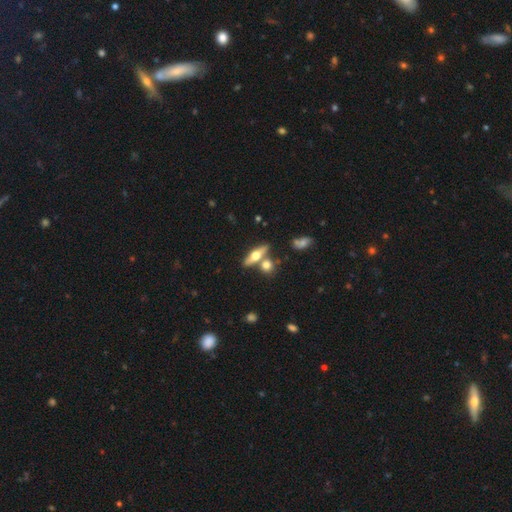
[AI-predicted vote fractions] This appears to be a featured or disk galaxy (54%) viewed edge-on (89%). Merging: none (65%).